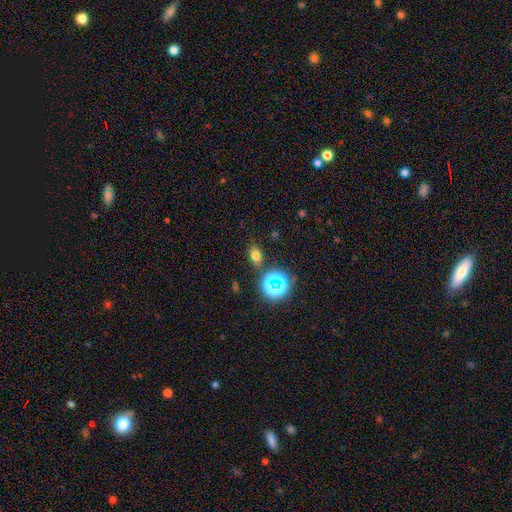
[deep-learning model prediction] Q: Smooth or featured?
A: smooth (67%); runner-up: star or artifact (24%)
Q: How rounded?
A: in between (67%); runner-up: round (31%)
Q: Merging?
A: none (82%); runner-up: minor disturbance (11%)